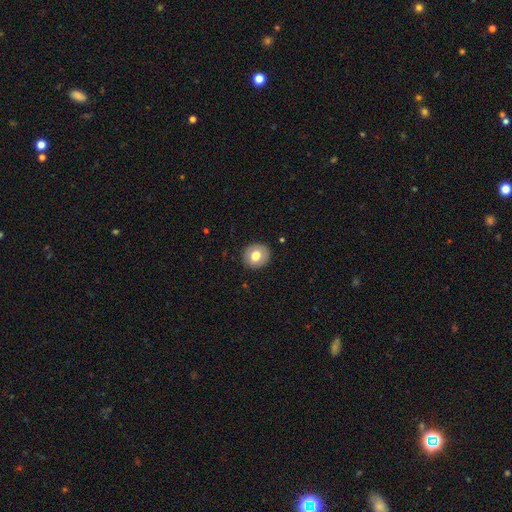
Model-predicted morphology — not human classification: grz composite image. It shows a smooth galaxy with no disk features (75%) that is round (87%). Merging: none (90%).